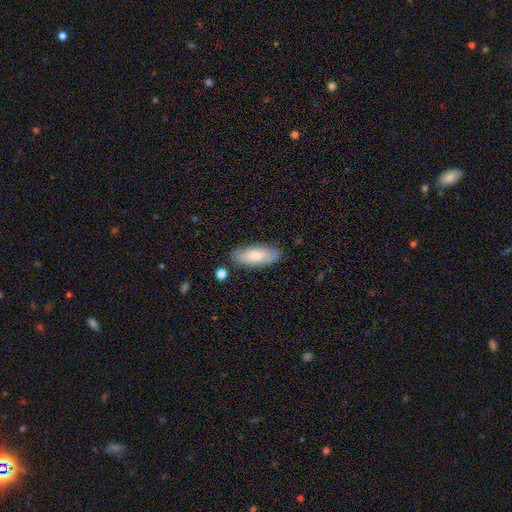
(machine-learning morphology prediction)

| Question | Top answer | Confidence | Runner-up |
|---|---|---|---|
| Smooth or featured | smooth | 74% | featured or disk (20%) |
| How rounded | in between | 70% | cigar-shaped (28%) |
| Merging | none | 82% | minor disturbance (13%) |